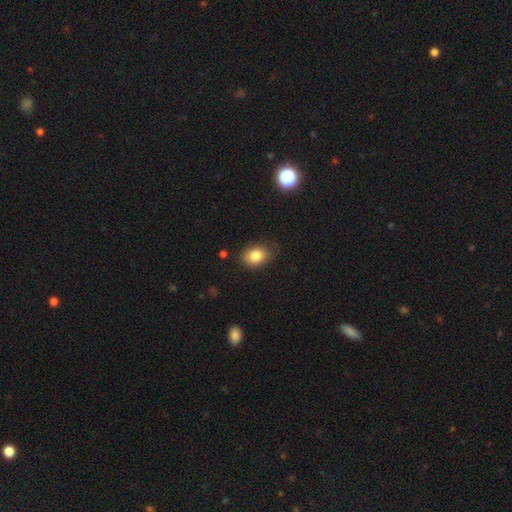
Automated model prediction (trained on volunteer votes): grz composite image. It shows a smooth galaxy with no disk features (83%) that is in between round and cigar-shaped (63%). Merging: none (75%).